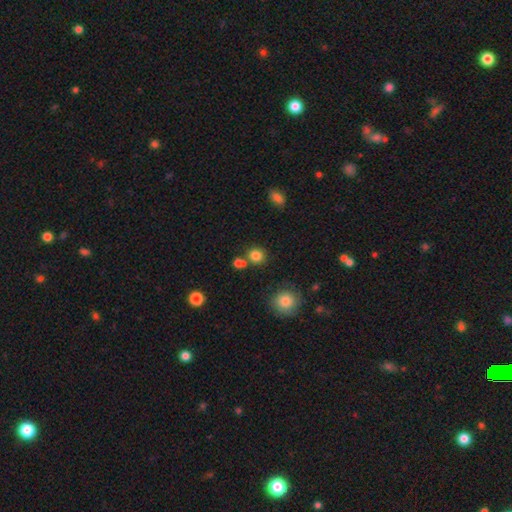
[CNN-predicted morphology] type=smooth (81%); roundness=round (86%); merging=none (69%).